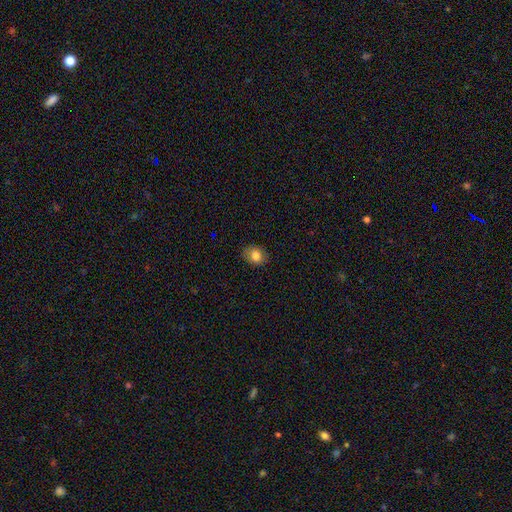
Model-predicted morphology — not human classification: Smooth or featured? Predicted: smooth (p=0.81). How rounded? Predicted: round (p=0.51). Merging? Predicted: none (p=0.79).